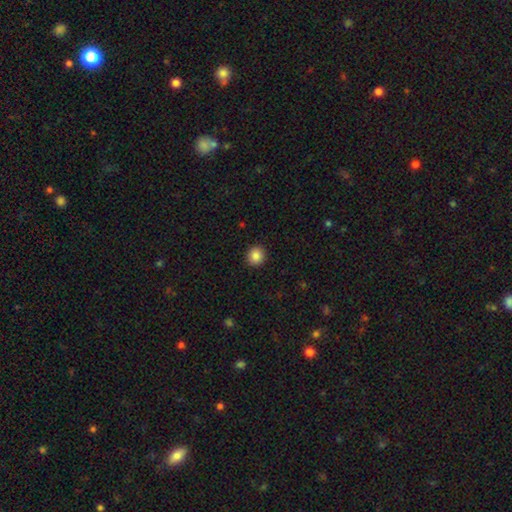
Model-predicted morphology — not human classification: This is clearly a smooth galaxy (86%). How rounded: clearly round (88%). Merging: clearly none (92%).